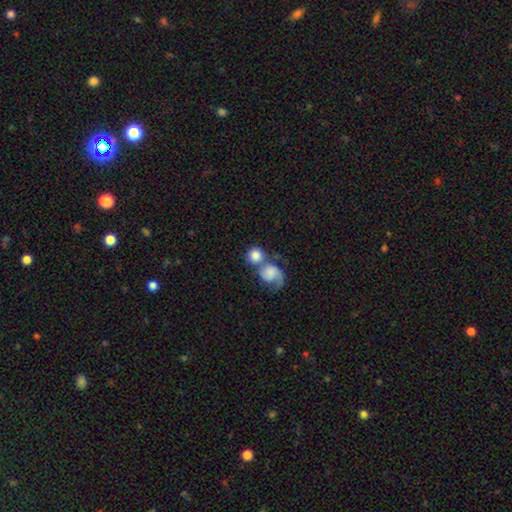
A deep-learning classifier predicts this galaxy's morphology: This is likely a smooth galaxy (77%). How rounded: clearly round (84%). Merging: possibly merger (57%).